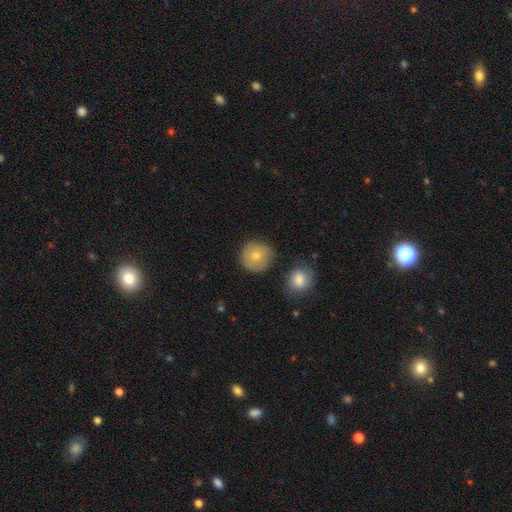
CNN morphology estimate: This appears to be a smooth galaxy with no disk features (77%) that is round (93%). Merging: none (74%).